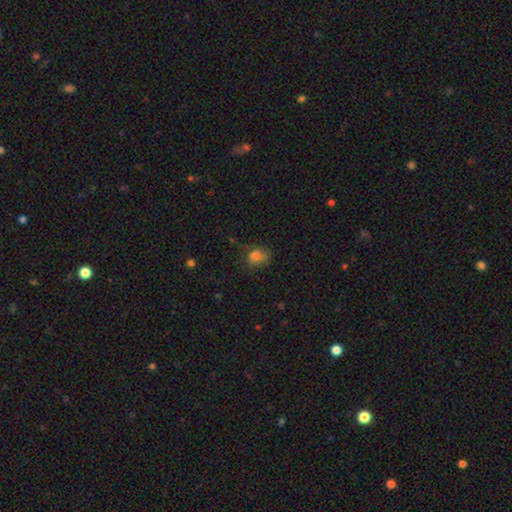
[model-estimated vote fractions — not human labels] Smooth or featured? smooth (72%)
How rounded? in between (62%)
Merging? none (48%)